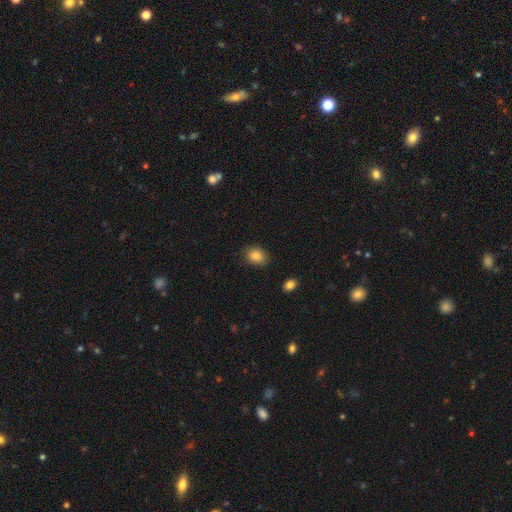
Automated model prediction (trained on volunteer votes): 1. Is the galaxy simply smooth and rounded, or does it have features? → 86% smooth, 9% star or artifact, 5% featured or disk.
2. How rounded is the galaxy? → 65% in between, 34% round, 1% cigar-shaped.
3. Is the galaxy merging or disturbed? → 85% none, 11% minor disturbance, 3% major disturbance, 1% merger.